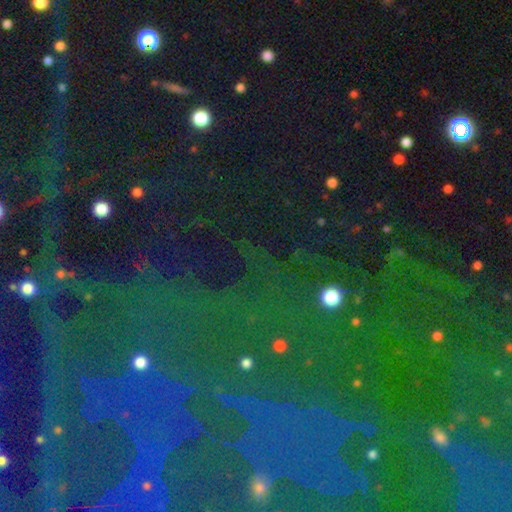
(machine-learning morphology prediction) Smooth or featured? Predicted: star or artifact (p=0.80).